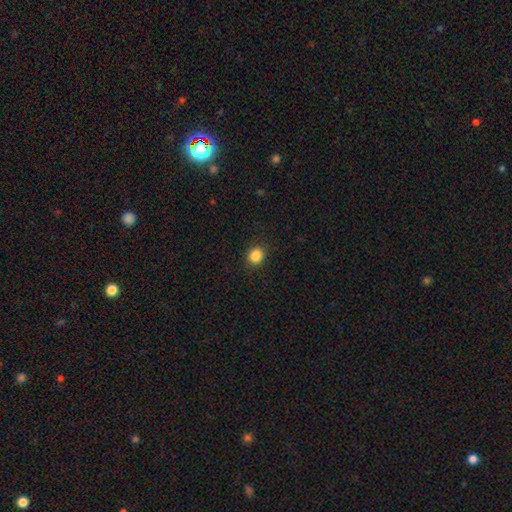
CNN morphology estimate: Overall: smooth (85%). How rounded: round (77%). Merging: none (90%).